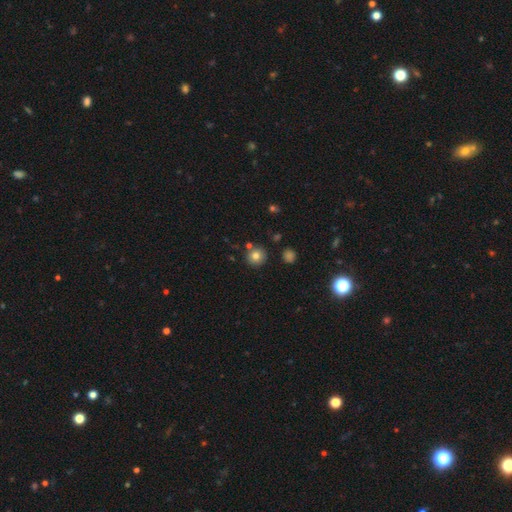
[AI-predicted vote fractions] This appears to be a smooth galaxy with no disk features (78%) that is round (92%). Merging: none (82%).